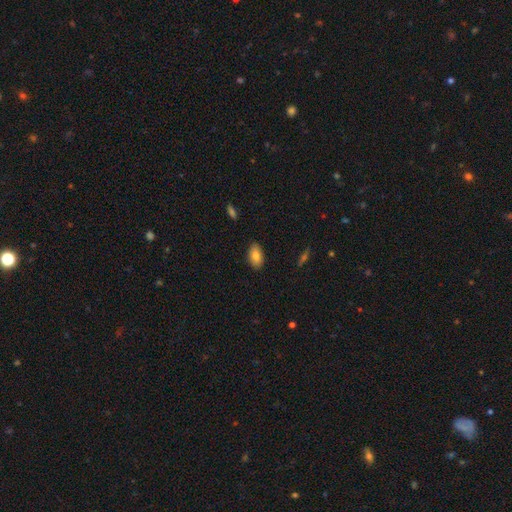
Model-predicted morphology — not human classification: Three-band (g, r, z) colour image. It shows a smooth galaxy with no disk features (82%) that is in between round and cigar-shaped (93%). Merging: none (86%).